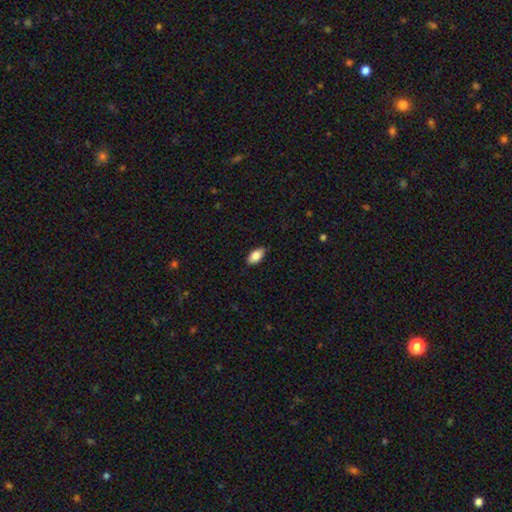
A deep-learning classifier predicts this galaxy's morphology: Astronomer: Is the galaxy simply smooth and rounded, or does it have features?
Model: smooth — 85%.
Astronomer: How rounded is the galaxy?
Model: in between — 93%.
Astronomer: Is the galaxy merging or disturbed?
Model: none — 86%.